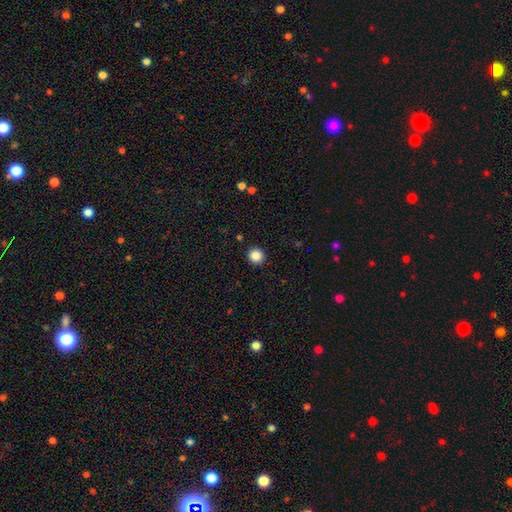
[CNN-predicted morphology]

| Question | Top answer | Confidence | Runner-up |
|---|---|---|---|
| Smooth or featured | smooth | 86% | star or artifact (10%) |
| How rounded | round | 94% | in between (5%) |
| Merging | none | 93% | minor disturbance (5%) |